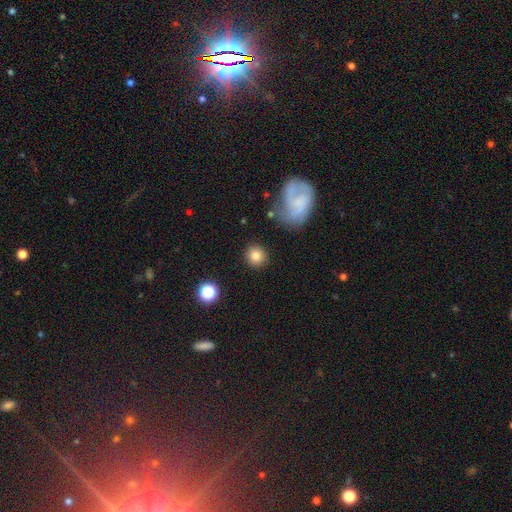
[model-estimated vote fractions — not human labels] Smooth or featured: smooth — 81% (star or artifact — 10%)
How rounded: round — 92% (in between — 7%)
Merging: none — 88% (minor disturbance — 7%)